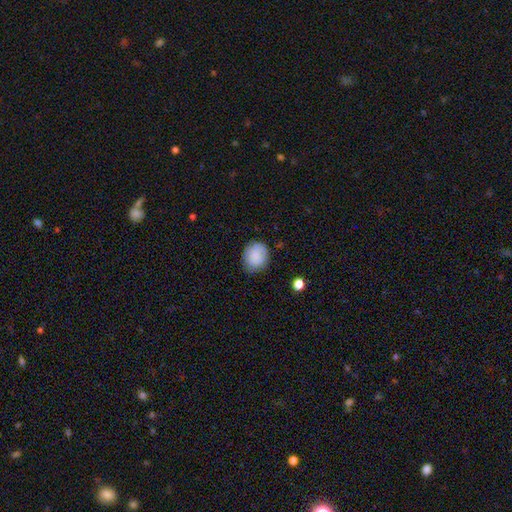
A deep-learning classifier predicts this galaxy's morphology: Smooth or featured?
  - smooth: 81% *
  - featured or disk: 11%
  - star or artifact: 8%
How rounded?
  - round: 70% *
  - in between: 29%
  - cigar-shaped: 1%
Merging?
  - none: 78% *
  - minor disturbance: 17%
  - major disturbance: 4%
  - merger: 1%